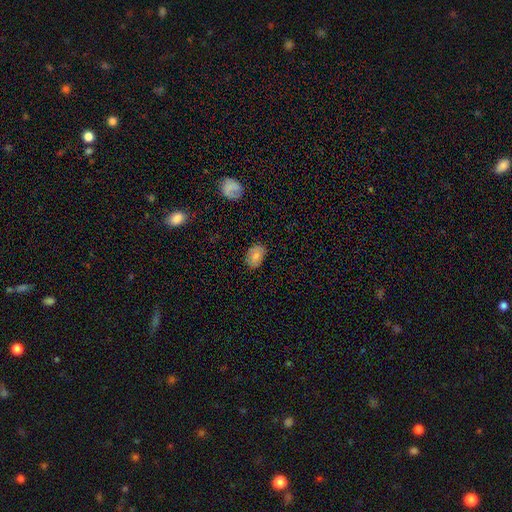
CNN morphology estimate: This appears to be a smooth galaxy with no disk features (81%) that is in between round and cigar-shaped (83%). Merging: none (82%).